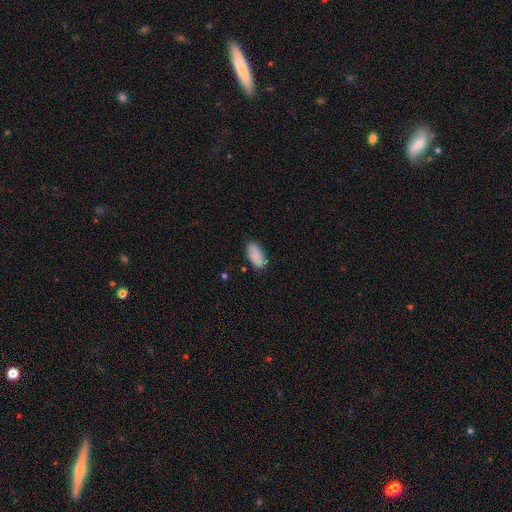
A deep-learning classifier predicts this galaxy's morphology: Smooth or featured?
  - smooth: 84% *
  - featured or disk: 9%
  - star or artifact: 7%
How rounded?
  - in between: 93% *
  - cigar-shaped: 4%
  - round: 2%
Merging?
  - none: 82% *
  - minor disturbance: 14%
  - major disturbance: 3%
  - merger: 1%